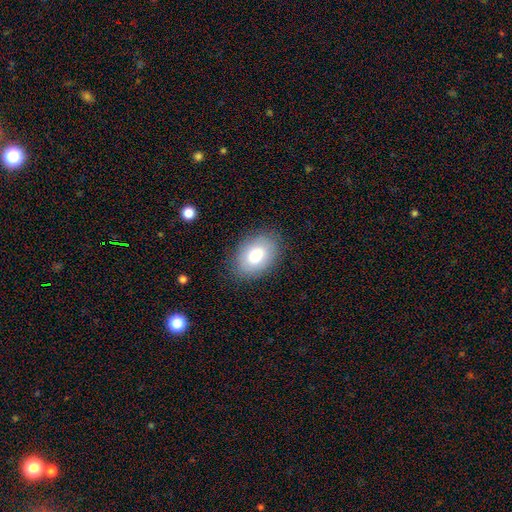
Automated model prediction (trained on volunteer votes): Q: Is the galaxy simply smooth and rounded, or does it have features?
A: smooth — 81%.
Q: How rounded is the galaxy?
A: in between — 84%.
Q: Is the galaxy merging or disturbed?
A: none — 83%.